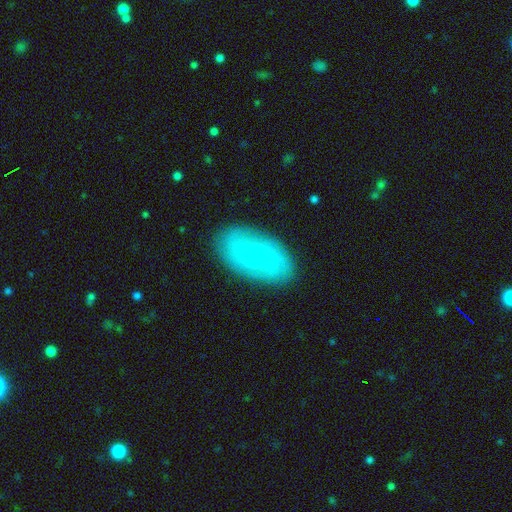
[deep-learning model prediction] A featured or disk galaxy (61%) with no bar (68%), 2 (41%) tight (48%) spiral arms (90%) and a small central bulge (78%).

Vote fractions:
- Smooth or featured? featured or disk: 61% / smooth: 31% / star or artifact: 8%
- Edge-on disk? no: 95% / yes: 5%
- Bar? no: 68% / weak: 28% / strong: 4%
- Spiral arms? yes: 90% / no: 10%
- Spiral winding? tight: 48% / medium: 37% / loose: 15%
- Spiral arm count? 2: 41% / can't tell: 35% / 3: 11% / 4: 5% / 1: 4% / more than 4: 4%
- Bulge size? small: 78% / none: 13% / moderate: 8% / large: 1% / dominant: 1%
- Merging? none: 83% / minor disturbance: 12% / major disturbance: 3% / merger: 1%